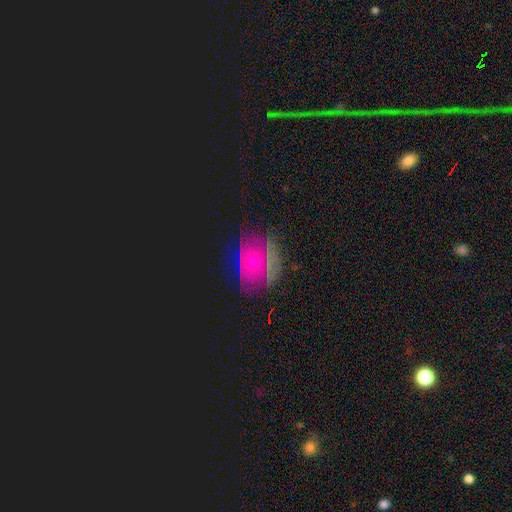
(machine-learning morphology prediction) featured or disk 40%, smooth 35%, star or artifact 25%. Down the decision tree: merging — none (72%).